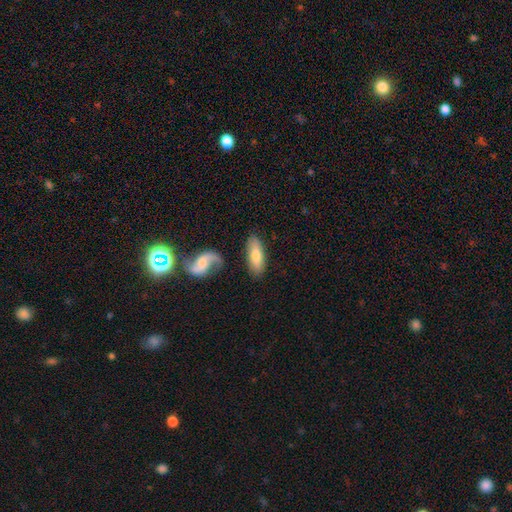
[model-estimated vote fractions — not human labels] A smooth galaxy with no disk features (68%) that is in between round and cigar-shaped (70%). Merging: none (76%).